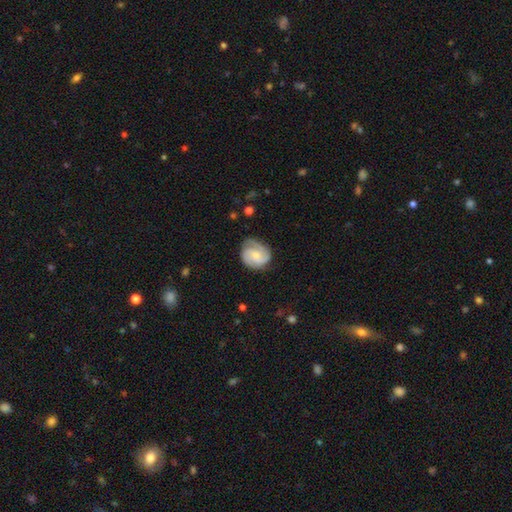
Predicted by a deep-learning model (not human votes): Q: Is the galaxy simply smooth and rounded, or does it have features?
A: featured or disk — 73%.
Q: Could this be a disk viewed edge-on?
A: no — 98%.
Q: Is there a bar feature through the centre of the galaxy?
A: no — 61%.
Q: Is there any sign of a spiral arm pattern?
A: yes — 96%.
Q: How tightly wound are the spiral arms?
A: tight — 49%.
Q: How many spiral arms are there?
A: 2 — 48%.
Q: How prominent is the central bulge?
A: small — 59%.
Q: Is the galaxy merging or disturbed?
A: none — 70%.